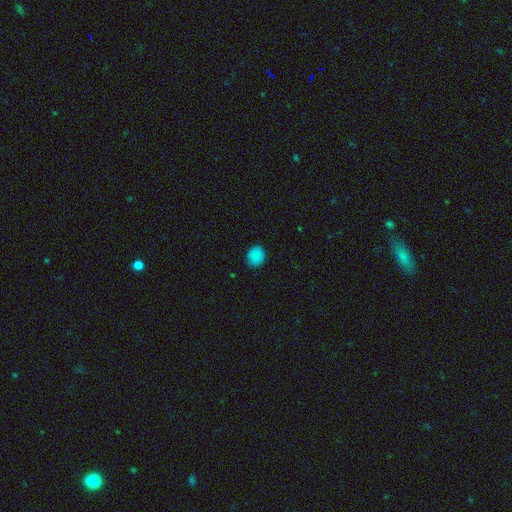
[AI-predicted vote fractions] Smooth or featured?
  - smooth: 85% *
  - star or artifact: 11%
  - featured or disk: 3%
How rounded?
  - round: 77% *
  - in between: 22%
  - cigar-shaped: 1%
Merging?
  - none: 87% *
  - minor disturbance: 10%
  - major disturbance: 2%
  - merger: 1%